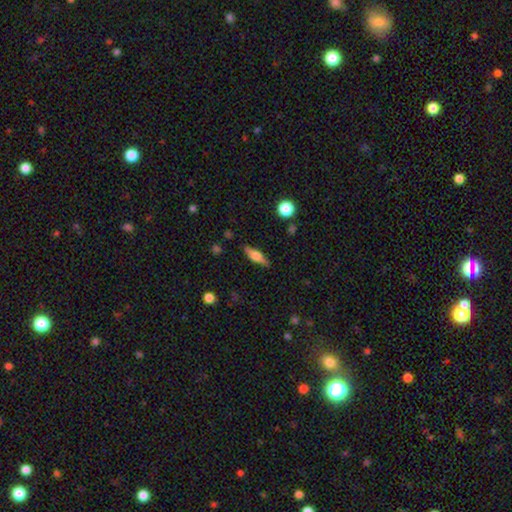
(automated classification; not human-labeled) This is possibly a smooth galaxy (46%, tied with featured or disk). Merging: clearly none (85%).